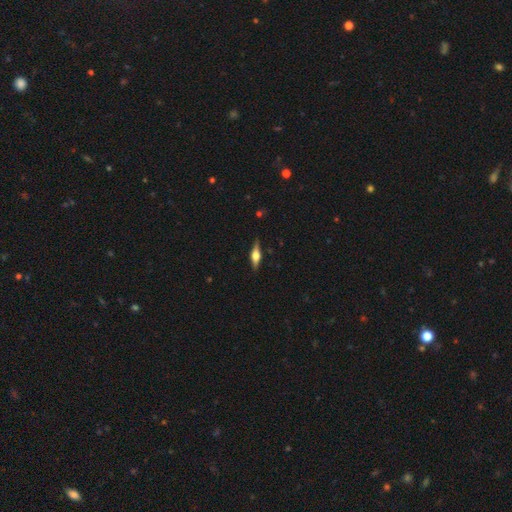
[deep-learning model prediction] Smooth or featured? Predicted: featured or disk (p=0.68). Edge-on disk? Predicted: yes (p=0.96). Edge-on bulge? Predicted: rounded (p=0.90). Merging? Predicted: none (p=0.87).